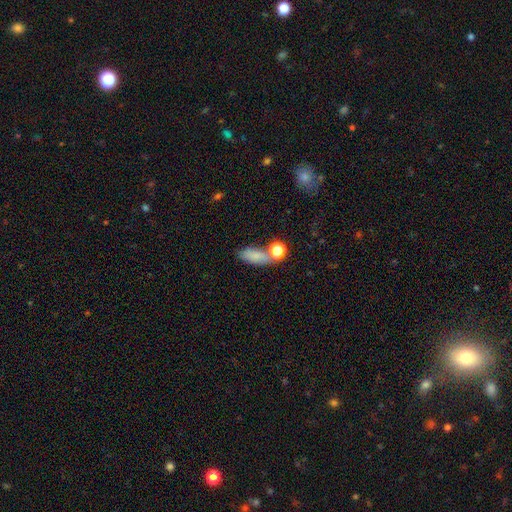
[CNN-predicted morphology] type=smooth (77%); roundness=in between (75%); merging=none (57%).